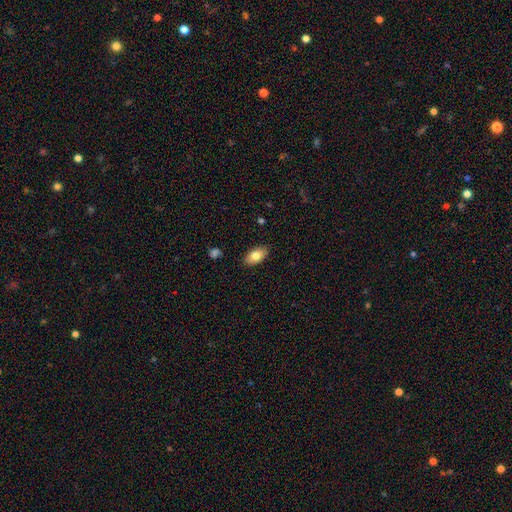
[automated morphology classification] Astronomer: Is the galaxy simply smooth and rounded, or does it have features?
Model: smooth — 79%.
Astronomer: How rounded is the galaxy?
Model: in between — 92%.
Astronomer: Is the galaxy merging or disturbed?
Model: none — 87%.